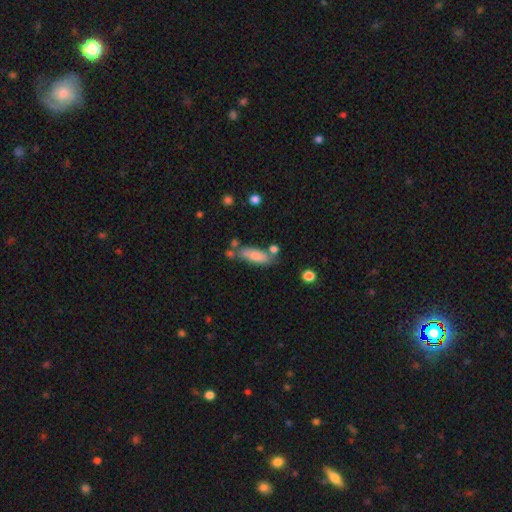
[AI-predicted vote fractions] smooth 78%, featured or disk 14%, star or artifact 7%. Down the decision tree: how rounded — in between (59%); merging — none (58%).